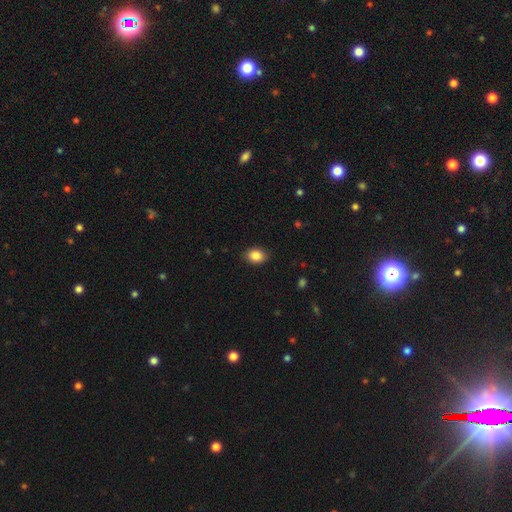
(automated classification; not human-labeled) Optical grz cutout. It shows a smooth galaxy with no disk features (87%) that is in between round and cigar-shaped (70%). Merging: none (87%).